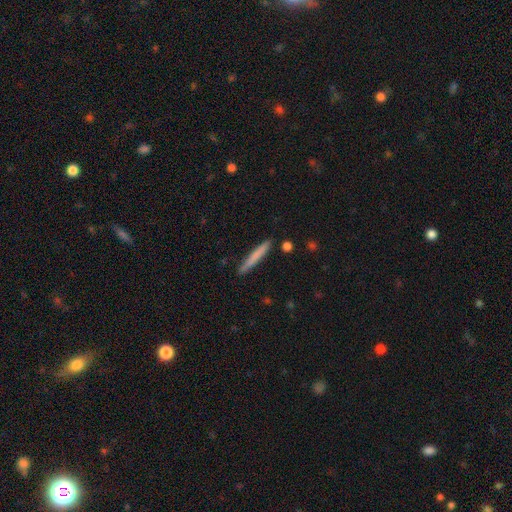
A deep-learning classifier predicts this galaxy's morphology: The model was most divided on "smooth or featured": smooth: 71%, featured or disk: 23%, star or artifact: 5%. More confident: how rounded — cigar-shaped (96%); merging — none (88%).